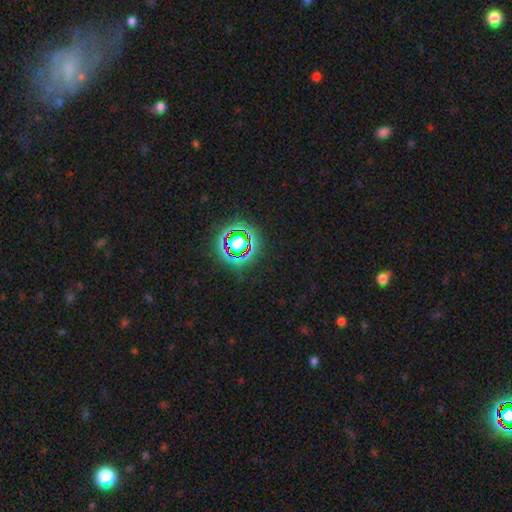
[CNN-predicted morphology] star or artifact 76%, smooth 15%, featured or disk 9%.